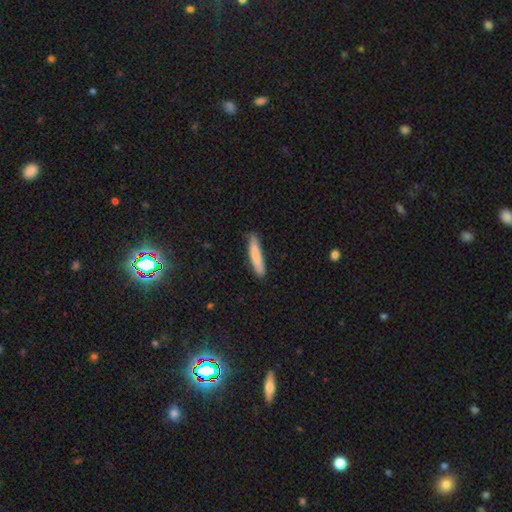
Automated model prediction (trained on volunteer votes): Smooth or featured?
  - smooth: 81% *
  - featured or disk: 13%
  - star or artifact: 6%
How rounded?
  - cigar-shaped: 90% *
  - in between: 8%
  - round: 1%
Merging?
  - none: 81% *
  - minor disturbance: 16%
  - major disturbance: 2%
  - merger: 2%